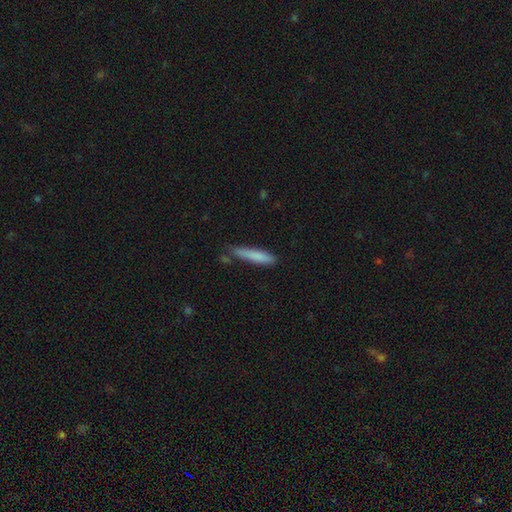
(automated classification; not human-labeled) Smooth or featured?
  - smooth: 82% *
  - featured or disk: 12%
  - star or artifact: 6%
How rounded?
  - cigar-shaped: 89% *
  - in between: 9%
  - round: 1%
Merging?
  - none: 72% *
  - minor disturbance: 21%
  - merger: 4%
  - major disturbance: 4%